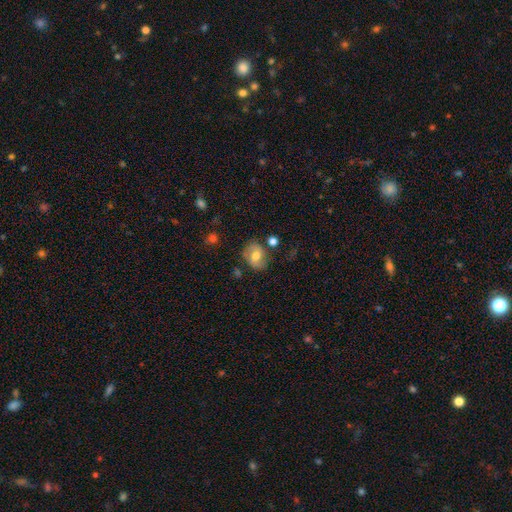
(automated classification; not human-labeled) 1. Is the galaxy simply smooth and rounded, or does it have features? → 51% smooth, 40% featured or disk, 9% star or artifact.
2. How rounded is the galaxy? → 52% round, 46% in between, 1% cigar-shaped.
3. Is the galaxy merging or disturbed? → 72% none, 18% minor disturbance, 6% major disturbance, 4% merger.